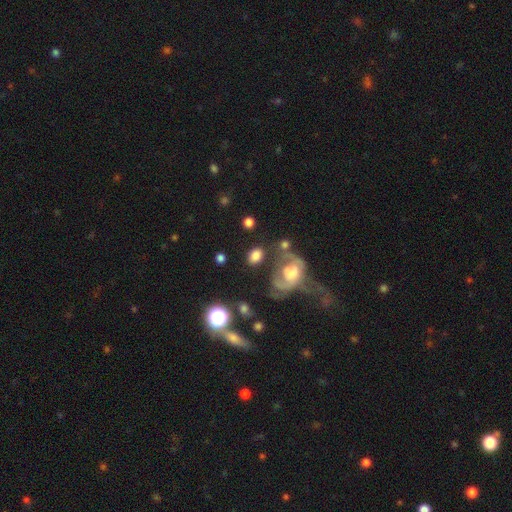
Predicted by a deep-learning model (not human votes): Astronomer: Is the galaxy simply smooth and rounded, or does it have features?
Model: smooth — 73%.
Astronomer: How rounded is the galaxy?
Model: in between — 66%.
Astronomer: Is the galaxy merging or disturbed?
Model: none — 62%.